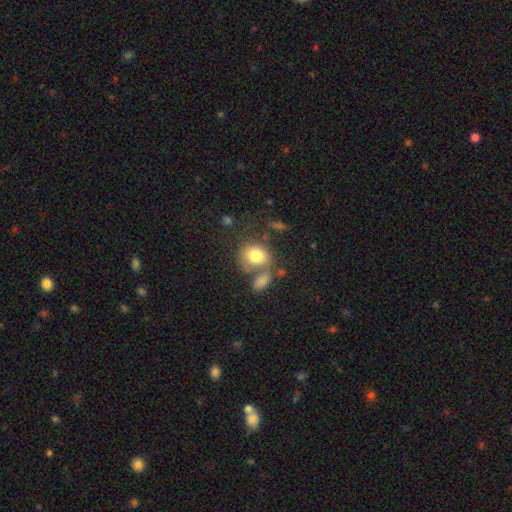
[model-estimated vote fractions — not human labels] Smooth or featured?
  - smooth: 77% *
  - featured or disk: 14%
  - star or artifact: 9%
How rounded?
  - round: 61% *
  - in between: 38%
  - cigar-shaped: 1%
Merging?
  - none: 42% *
  - merger: 31%
  - minor disturbance: 16%
  - major disturbance: 11%